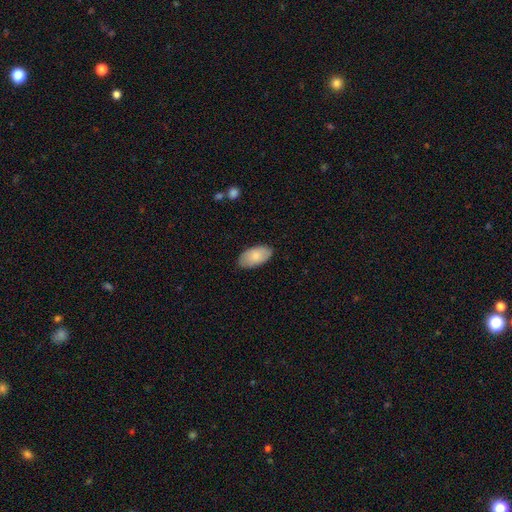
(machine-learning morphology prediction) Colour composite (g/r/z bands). It shows a smooth galaxy with no disk features (83%) that is in between round and cigar-shaped (96%). Merging: none (83%).